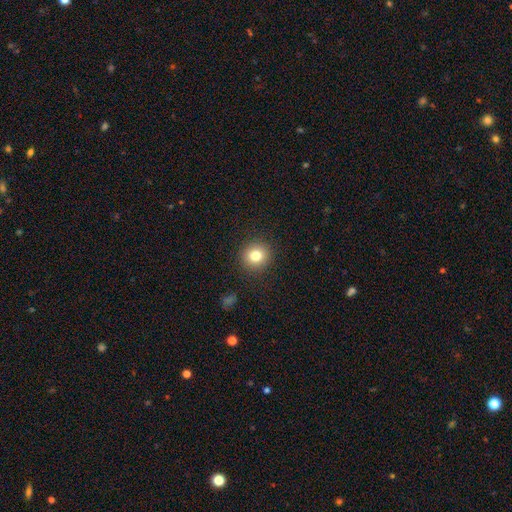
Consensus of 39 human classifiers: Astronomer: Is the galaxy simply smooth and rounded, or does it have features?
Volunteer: smooth — 92%.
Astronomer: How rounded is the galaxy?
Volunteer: round — 92%.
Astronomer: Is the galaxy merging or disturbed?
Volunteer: none — 86%.